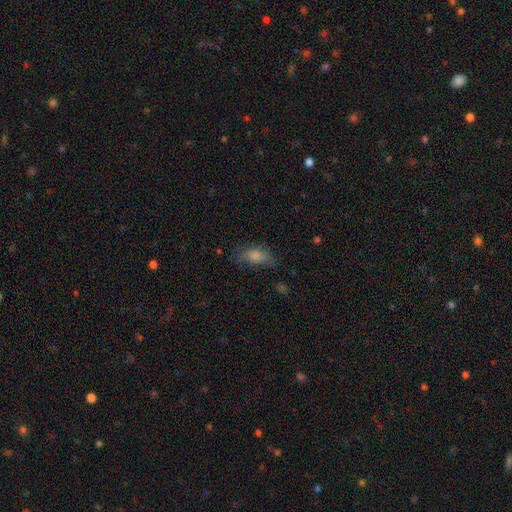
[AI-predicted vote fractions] A smooth galaxy with no disk features (75%) that is in between round and cigar-shaped (85%). Merging: none (55%).